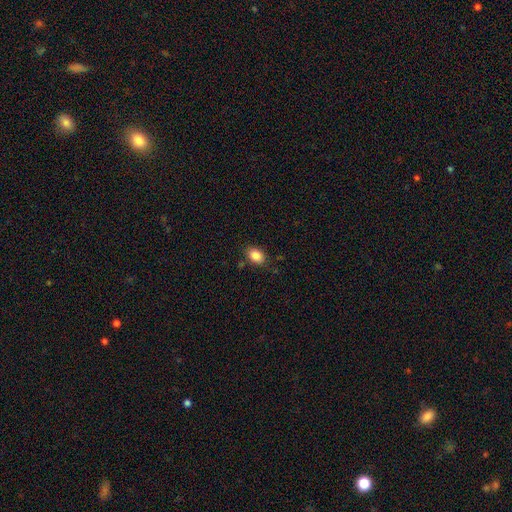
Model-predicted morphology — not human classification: A smooth galaxy with no disk features (85%) that is in between round and cigar-shaped (78%). Merging: none (81%).